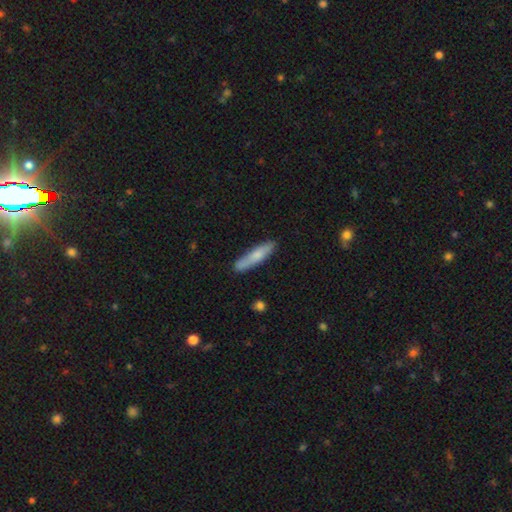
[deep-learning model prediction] Overall: smooth (69%). How rounded: cigar-shaped (84%). Merging: none (83%).